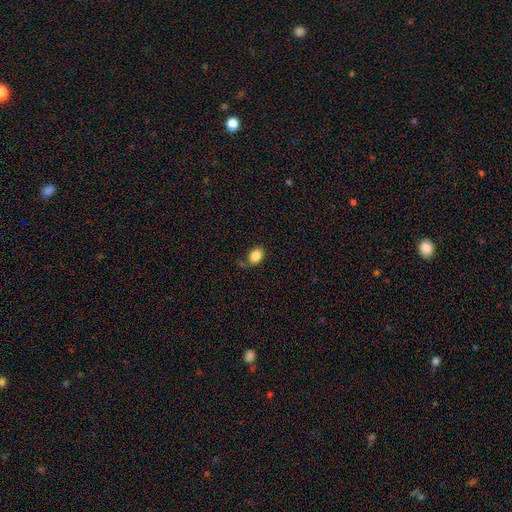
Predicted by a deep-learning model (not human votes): This is clearly a smooth galaxy (86%). How rounded: clearly in between (81%). Merging: likely none (67%).